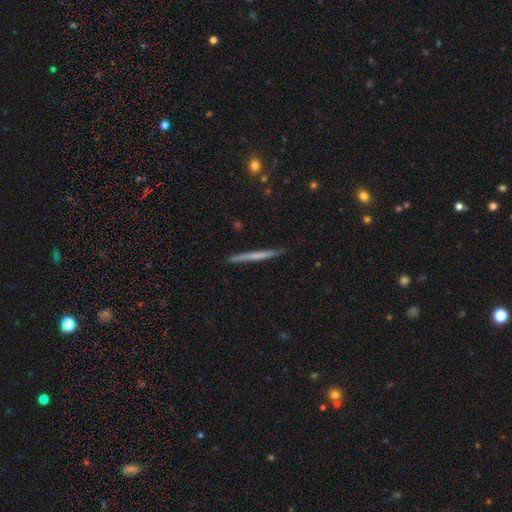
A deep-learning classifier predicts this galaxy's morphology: featured or disk 48%, smooth 46%, star or artifact 6%. Down the decision tree: merging — none (90%).